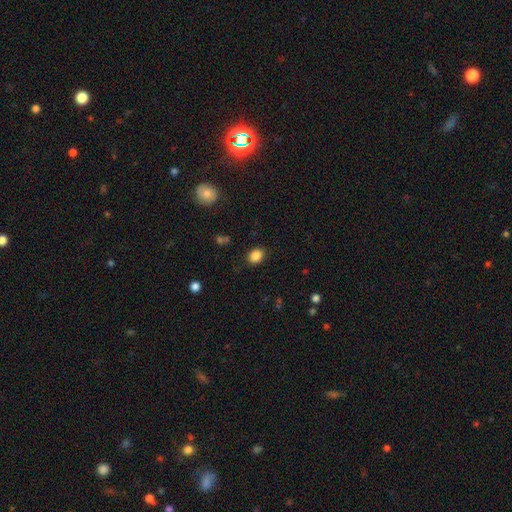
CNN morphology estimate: A smooth galaxy with no disk features (86%) that is in between round and cigar-shaped (54%).

Vote fractions:
- Smooth or featured? smooth: 86% / star or artifact: 10% / featured or disk: 4%
- How rounded? in between: 54% / round: 46% / cigar-shaped: 1%
- Merging? none: 87% / minor disturbance: 9% / major disturbance: 3% / merger: 1%